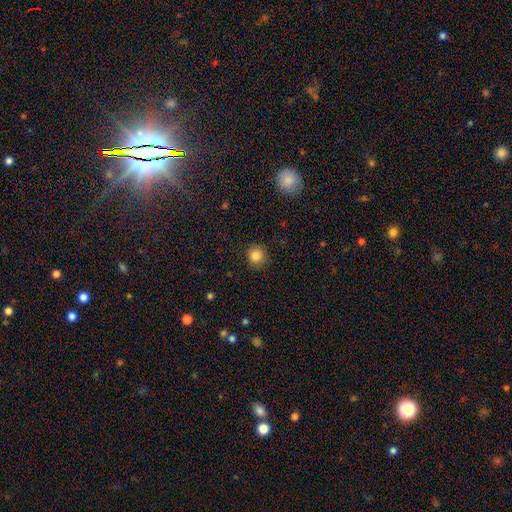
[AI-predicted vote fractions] Morphology: type=smooth (84%); roundness=round (92%); merging=none (86%).